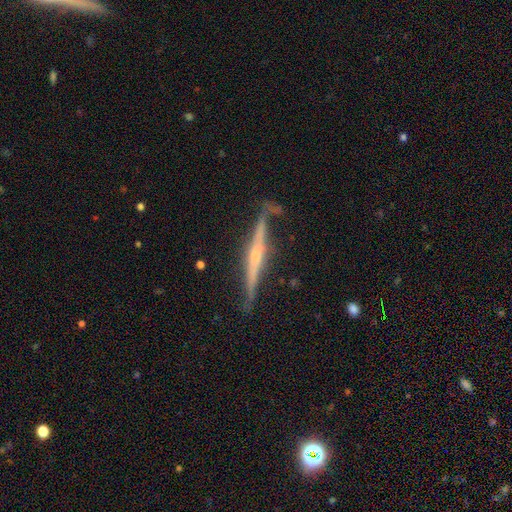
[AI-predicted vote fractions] Overall: featured or disk (81%). Edge-on disk: yes (97%). Edge-on bulge: rounded (69%). Merging: none (75%).